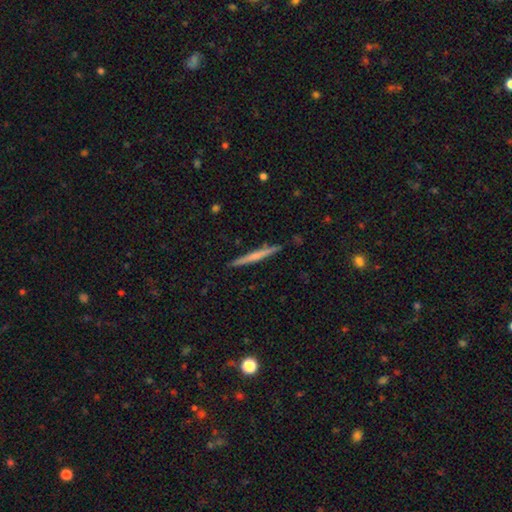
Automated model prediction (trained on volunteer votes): Smooth or featured: featured or disk — 48% (smooth — 46%)
Merging: none — 91% (minor disturbance — 7%)